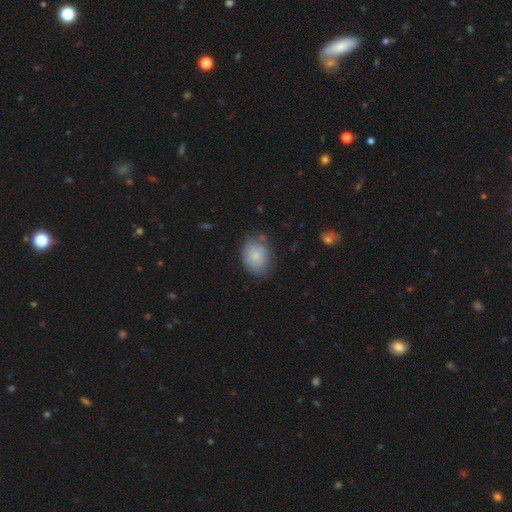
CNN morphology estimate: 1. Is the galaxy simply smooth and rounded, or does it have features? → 78% smooth, 15% featured or disk, 7% star or artifact.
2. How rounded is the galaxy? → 58% in between, 41% round, 1% cigar-shaped.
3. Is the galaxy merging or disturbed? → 71% none, 21% minor disturbance, 5% major disturbance, 2% merger.